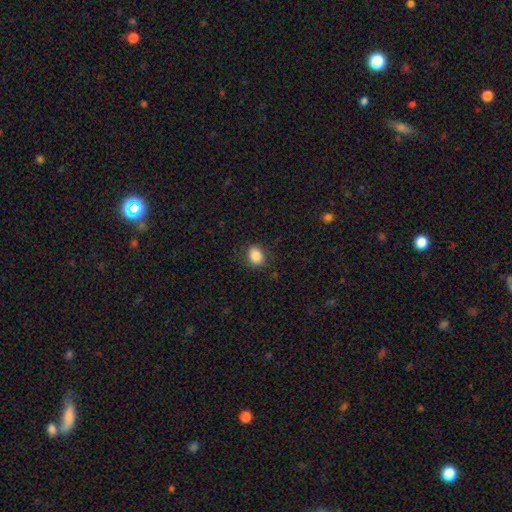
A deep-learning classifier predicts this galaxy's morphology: smooth 86%, star or artifact 9%, featured or disk 5%. Down the decision tree: how rounded — in between (61%); merging — none (82%).